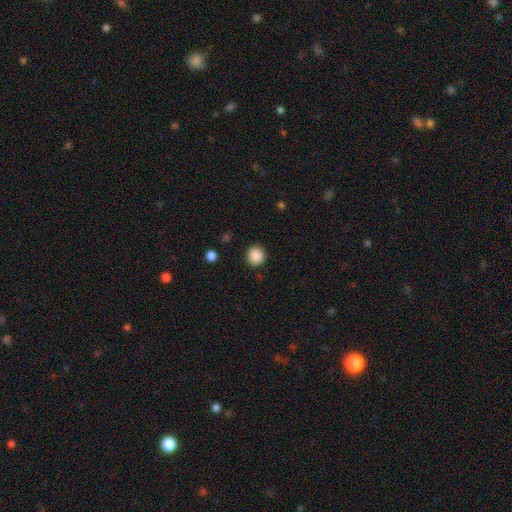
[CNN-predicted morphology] The model was most divided on "smooth or featured": smooth: 88%, star or artifact: 9%, featured or disk: 3%. More confident: how rounded — round (93%); merging — none (90%).